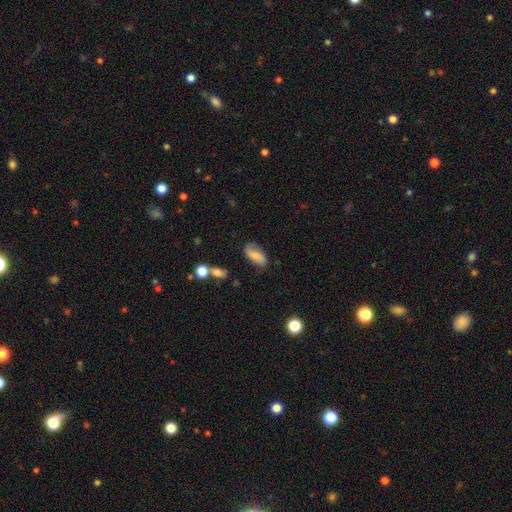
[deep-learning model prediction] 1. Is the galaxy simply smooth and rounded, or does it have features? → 72% smooth, 19% featured or disk, 9% star or artifact.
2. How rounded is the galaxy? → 89% in between, 7% cigar-shaped, 4% round.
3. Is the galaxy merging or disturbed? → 63% none, 25% minor disturbance, 8% major disturbance, 3% merger.